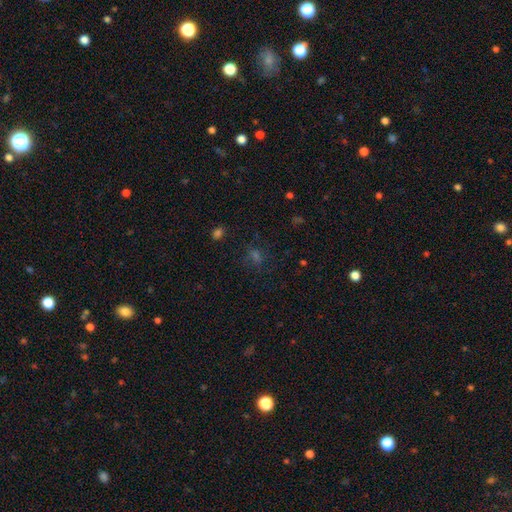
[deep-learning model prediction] Q: Smooth or featured?
A: star or artifact (44%); runner-up: smooth (42%)